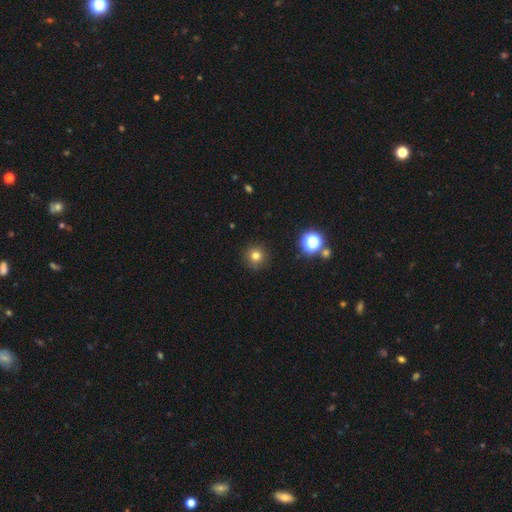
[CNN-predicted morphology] smooth_or_featured: smooth (p=0.77) [alt: star or artifact p=0.16]
how_rounded: round (p=0.95) [alt: in between p=0.04]
merging: none (p=0.91) [alt: minor disturbance p=0.06]